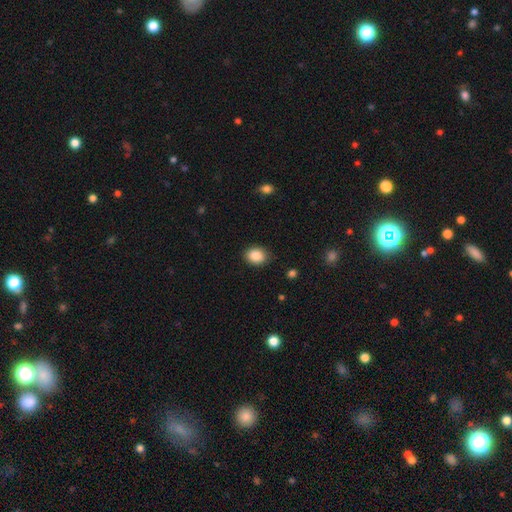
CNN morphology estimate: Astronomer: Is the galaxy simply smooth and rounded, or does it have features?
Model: smooth — 88%.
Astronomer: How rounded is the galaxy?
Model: in between — 51% (runner-up: round, 48%).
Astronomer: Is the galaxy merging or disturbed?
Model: none — 85%.